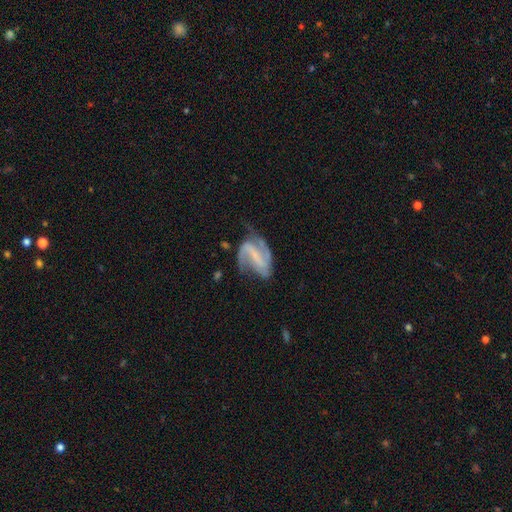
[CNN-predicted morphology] Q: Smooth or featured?
A: featured or disk (85%); runner-up: smooth (9%)
Q: Edge-on disk?
A: no (97%); runner-up: yes (3%)
Q: Bar?
A: strong (55%); runner-up: weak (31%)
Q: Spiral arms?
A: yes (95%); runner-up: no (5%)
Q: Spiral winding?
A: medium (45%); runner-up: loose (38%)
Q: Spiral arm count?
A: 2 (85%); runner-up: can't tell (5%)
Q: Bulge size?
A: small (47%); runner-up: none (41%)
Q: Merging?
A: none (55%); runner-up: minor disturbance (23%)